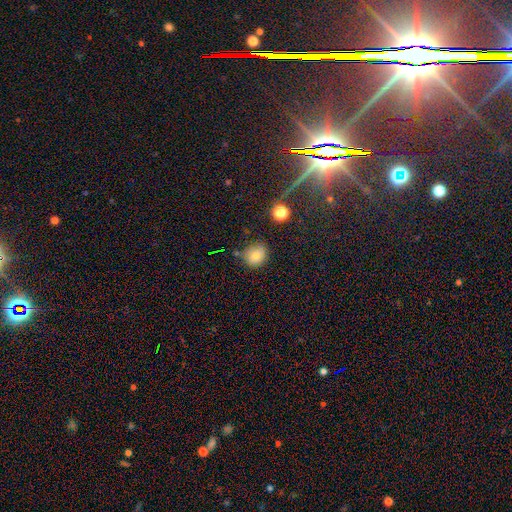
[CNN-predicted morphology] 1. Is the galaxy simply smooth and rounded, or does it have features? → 75% smooth, 14% star or artifact, 11% featured or disk.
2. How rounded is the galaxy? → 77% round, 22% in between, 1% cigar-shaped.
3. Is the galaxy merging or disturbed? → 71% none, 18% minor disturbance, 6% merger, 4% major disturbance.